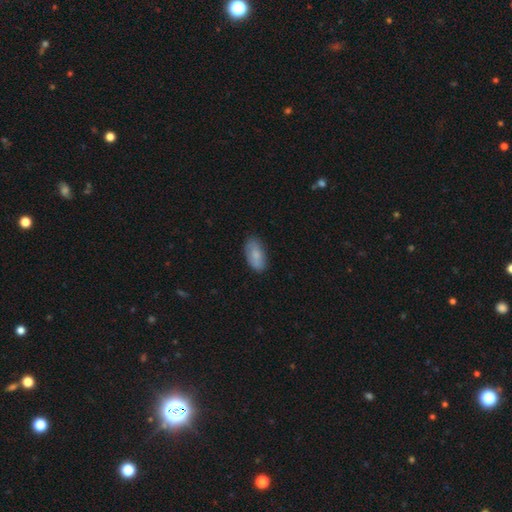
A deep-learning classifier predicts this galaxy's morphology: Smooth or featured?
  - smooth: 82% *
  - featured or disk: 11%
  - star or artifact: 6%
How rounded?
  - in between: 92% *
  - cigar-shaped: 5%
  - round: 3%
Merging?
  - none: 80% *
  - minor disturbance: 15%
  - major disturbance: 3%
  - merger: 1%